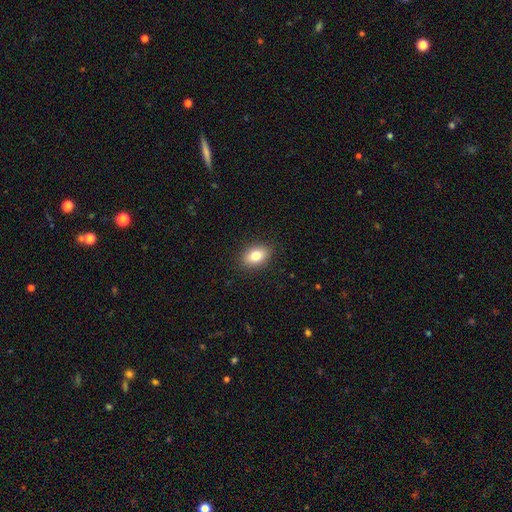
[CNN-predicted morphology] A smooth galaxy with no disk features (81%) that is in between round and cigar-shaped (82%).

Vote fractions:
- Smooth or featured? smooth: 81% / featured or disk: 10% / star or artifact: 9%
- How rounded? in between: 82% / round: 16% / cigar-shaped: 2%
- Merging? none: 89% / minor disturbance: 8% / major disturbance: 2% / merger: 1%